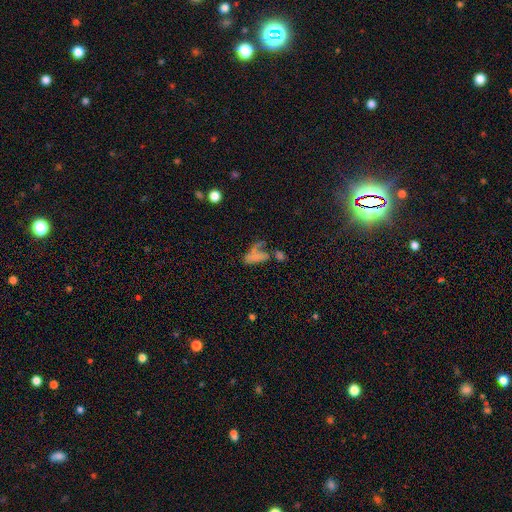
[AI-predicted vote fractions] Morphology: type=smooth (54%); roundness=in between (78%); merging=major disturbance (34%).